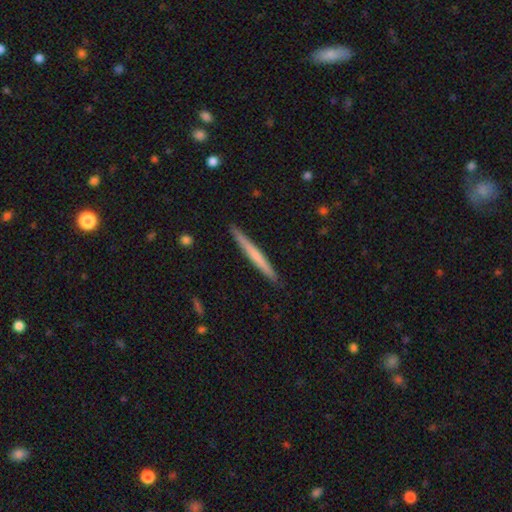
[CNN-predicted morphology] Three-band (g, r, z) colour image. It shows a smooth galaxy with no disk features (55%) that is cigar-shaped (97%). Merging: none (91%).